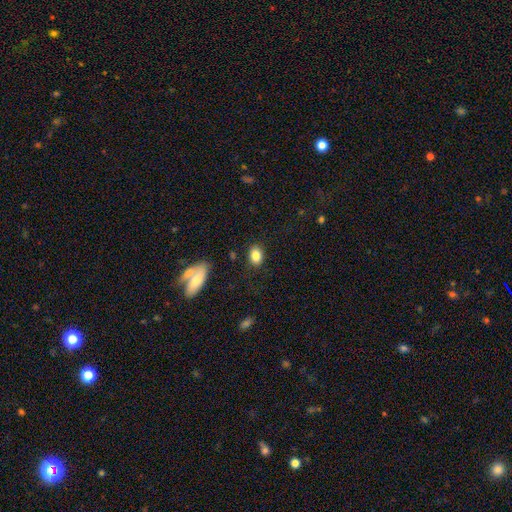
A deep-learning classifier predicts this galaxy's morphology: smooth-or-featured: smooth: 84% | star or artifact: 8% | featured or disk: 8%
  how-rounded: in between: 76% | round: 22% | cigar-shaped: 2%
  merging: none: 84% | minor disturbance: 10% | merger: 3% | major disturbance: 3%